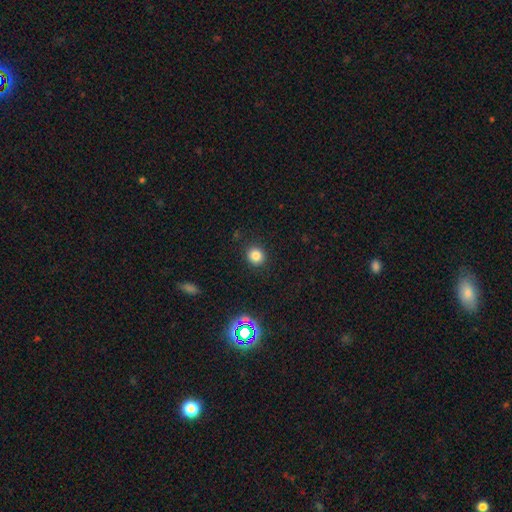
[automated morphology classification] A smooth galaxy with no disk features (82%) that is round (86%).

Vote fractions:
- Smooth or featured? smooth: 82% / star or artifact: 13% / featured or disk: 5%
- How rounded? round: 86% / in between: 13% / cigar-shaped: 1%
- Merging? none: 90% / minor disturbance: 6% / major disturbance: 2% / merger: 1%